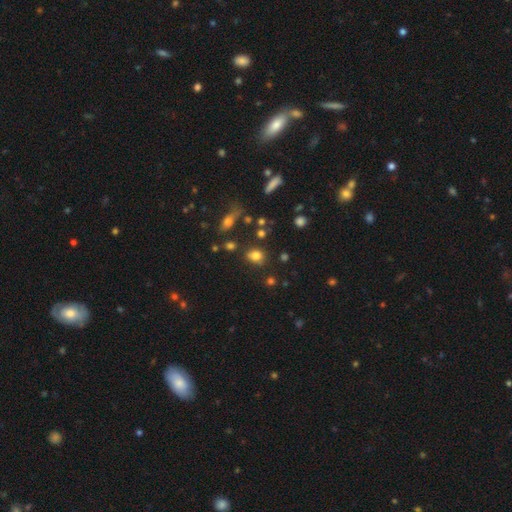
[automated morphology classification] smooth-or-featured: smooth: 77% | star or artifact: 15% | featured or disk: 8%
  how-rounded: round: 53% | in between: 45% | cigar-shaped: 2%
  merging: none: 71% | minor disturbance: 16% | merger: 8% | major disturbance: 5%